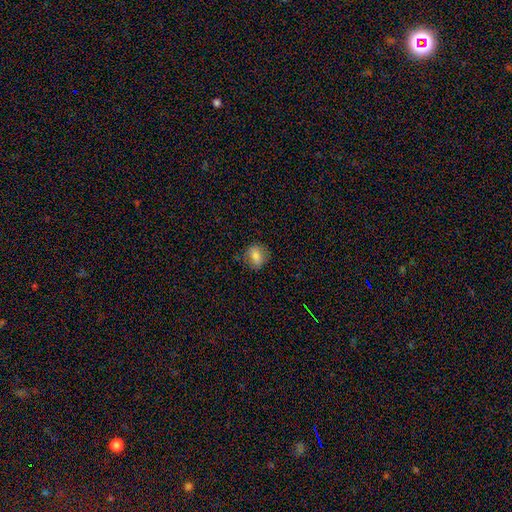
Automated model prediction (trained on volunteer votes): Morphology: type=smooth (80%); roundness=round (54%); merging=none (76%).